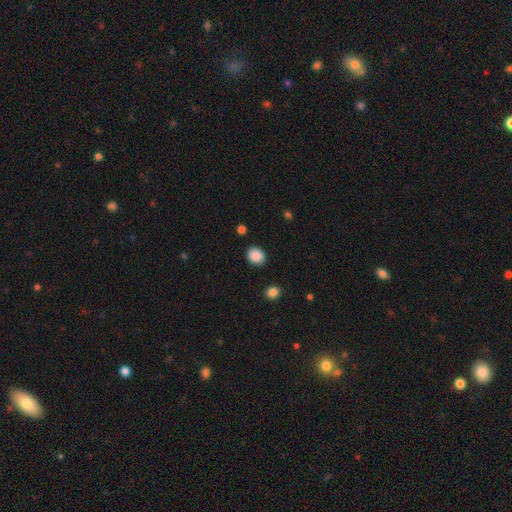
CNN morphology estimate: smooth 88%, star or artifact 9%, featured or disk 3%. Down the decision tree: how rounded — round (59%); merging — none (87%).